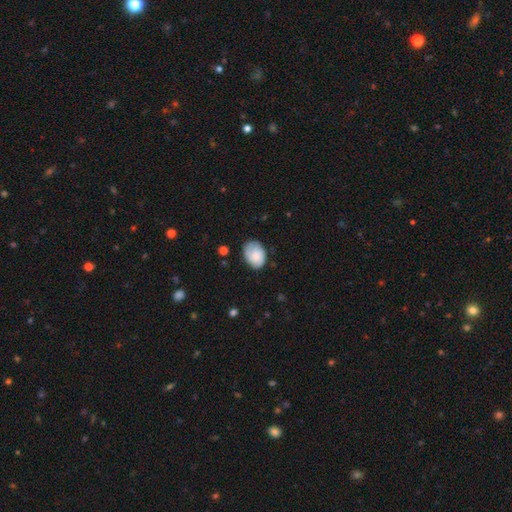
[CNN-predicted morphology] A smooth galaxy with no disk features (72%) that is in between round and cigar-shaped (74%).

Vote fractions:
- Smooth or featured? smooth: 72% / featured or disk: 21% / star or artifact: 7%
- How rounded? in between: 74% / round: 25% / cigar-shaped: 1%
- Merging? none: 69% / minor disturbance: 24% / major disturbance: 5% / merger: 1%